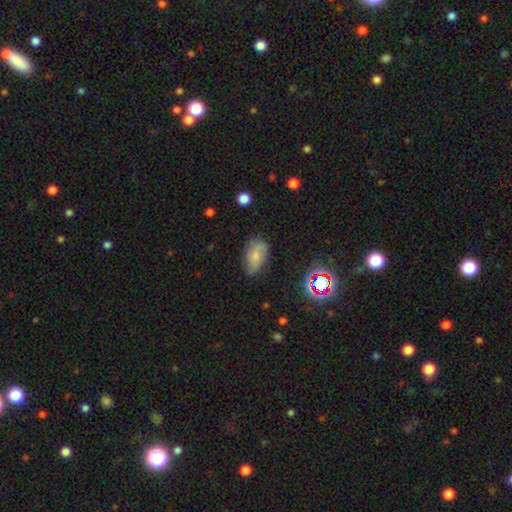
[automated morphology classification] This appears to be a smooth galaxy with no disk features (55%) that is in between round and cigar-shaped (89%). Merging: none (63%).